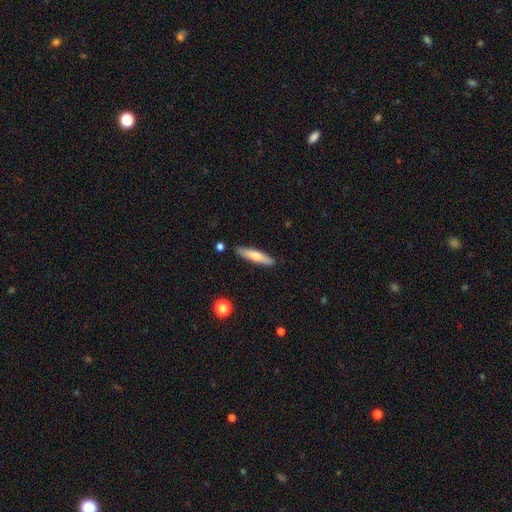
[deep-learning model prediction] This is likely a smooth galaxy (61%). How rounded: clearly cigar-shaped (83%). Merging: clearly none (88%).